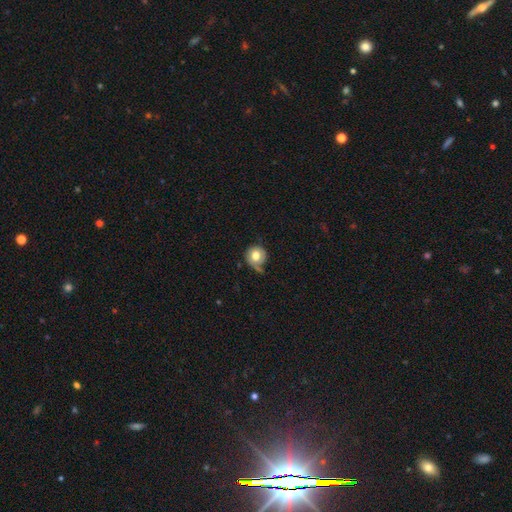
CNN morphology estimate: Smooth or featured? Predicted: smooth (p=0.66). How rounded? Predicted: round (p=0.89). Merging? Predicted: none (p=0.49).